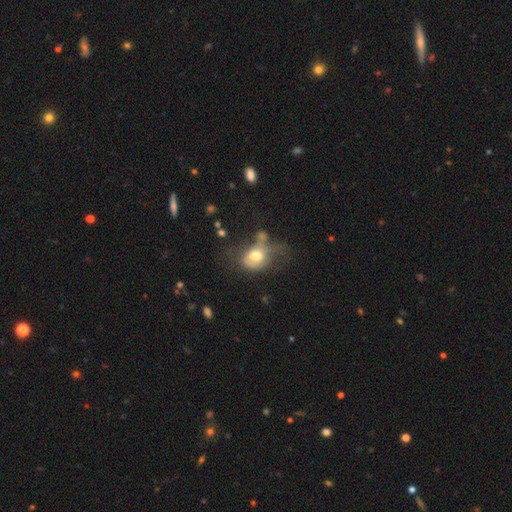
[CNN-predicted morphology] Smooth or featured: smooth — 62% (featured or disk — 29%)
How rounded: in between — 63% (round — 36%)
Merging: major disturbance — 37% (minor disturbance — 24%)